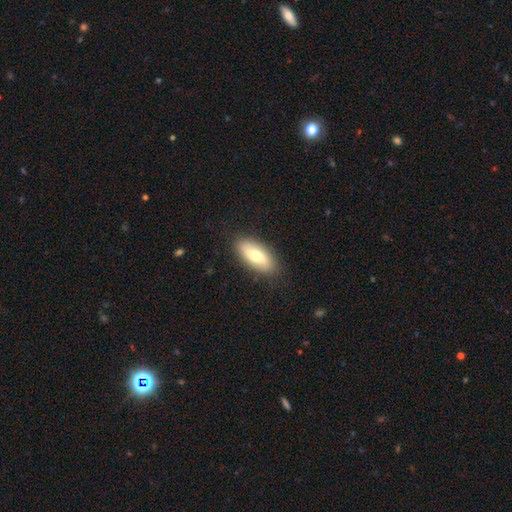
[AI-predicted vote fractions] Overall: smooth (70%). How rounded: in between (86%). Merging: none (87%).